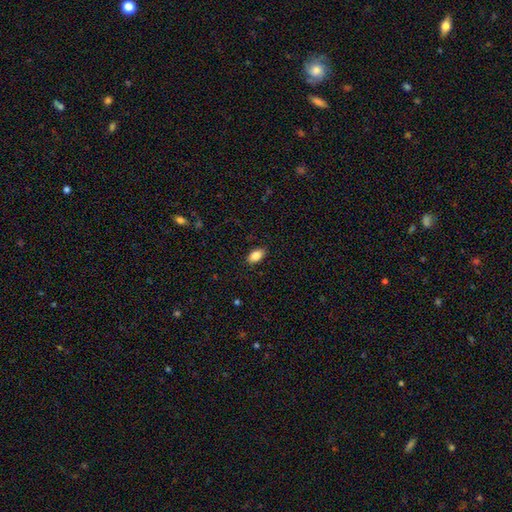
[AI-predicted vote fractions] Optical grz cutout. It shows a smooth galaxy with no disk features (84%) that is in between round and cigar-shaped (91%). Merging: none (87%).